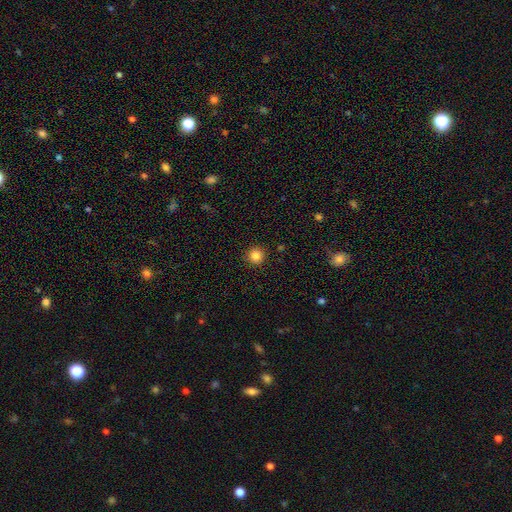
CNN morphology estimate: Smooth or featured? smooth (85%)
How rounded? round (95%)
Merging? none (92%)